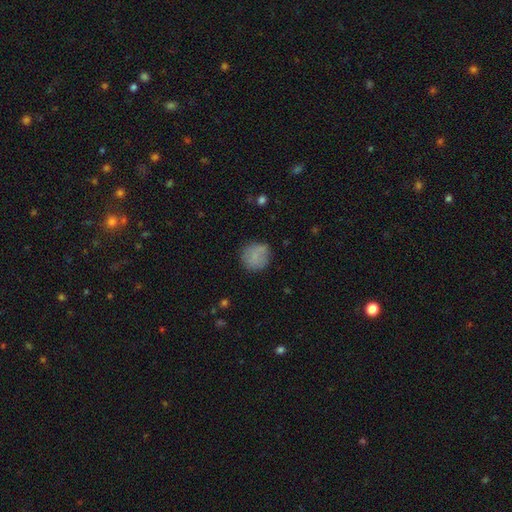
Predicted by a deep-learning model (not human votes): smooth 78%, featured or disk 13%, star or artifact 9%. Down the decision tree: how rounded — round (88%); merging — none (73%).